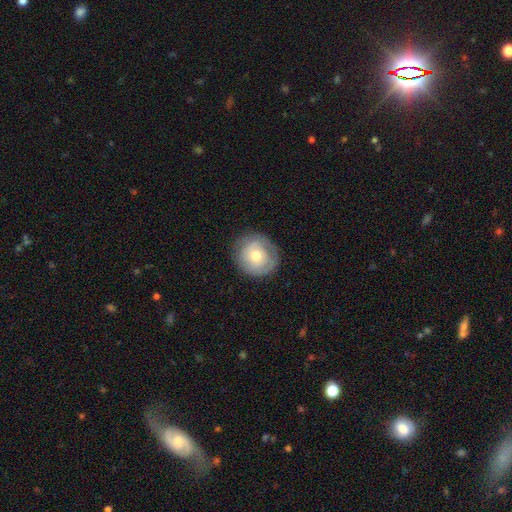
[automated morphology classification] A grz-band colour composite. It shows a smooth galaxy with no disk features (57%) that is round (88%). Merging: none (78%).